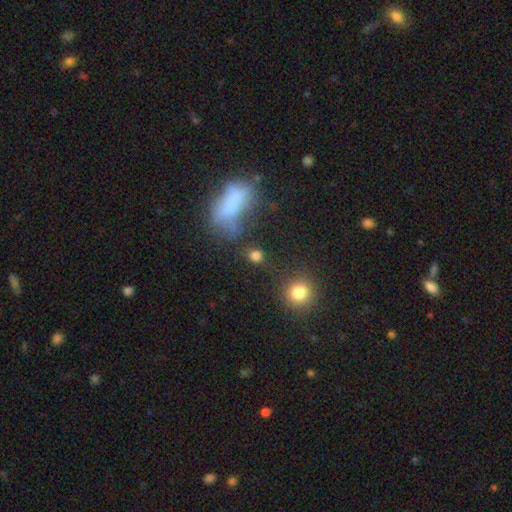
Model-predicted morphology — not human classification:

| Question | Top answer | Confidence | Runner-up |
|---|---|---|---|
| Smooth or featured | smooth | 77% | star or artifact (15%) |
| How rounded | round | 70% | in between (27%) |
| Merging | none | 69% | minor disturbance (13%) |